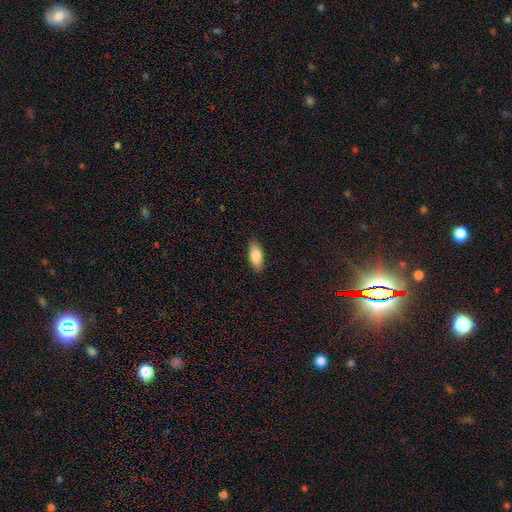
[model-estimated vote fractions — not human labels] A smooth galaxy with no disk features (84%) that is in between round and cigar-shaped (80%). Merging: none (87%).